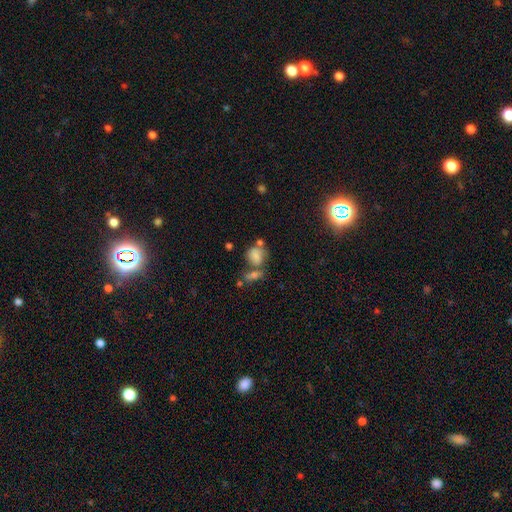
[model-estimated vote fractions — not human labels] The model was most divided on "merging": merger: 38%, none: 33%, minor disturbance: 17%, major disturbance: 12%. More confident: smooth or featured — smooth (72%); how rounded — in between (54%).